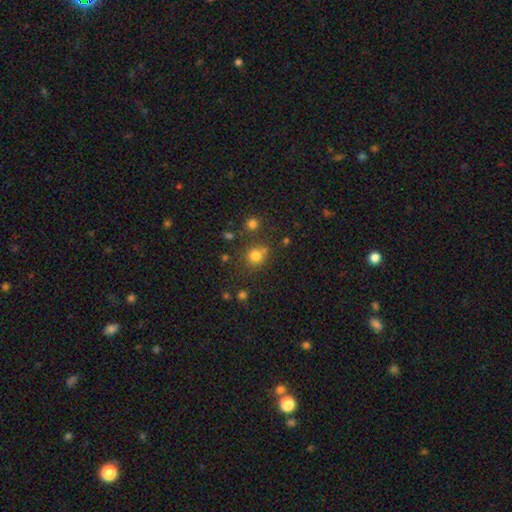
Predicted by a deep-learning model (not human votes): A smooth galaxy with no disk features (76%) that is round (89%).

Vote fractions:
- Smooth or featured? smooth: 76% / star or artifact: 16% / featured or disk: 8%
- How rounded? round: 89% / in between: 10% / cigar-shaped: 1%
- Merging? none: 68% / merger: 17% / minor disturbance: 10% / major disturbance: 4%